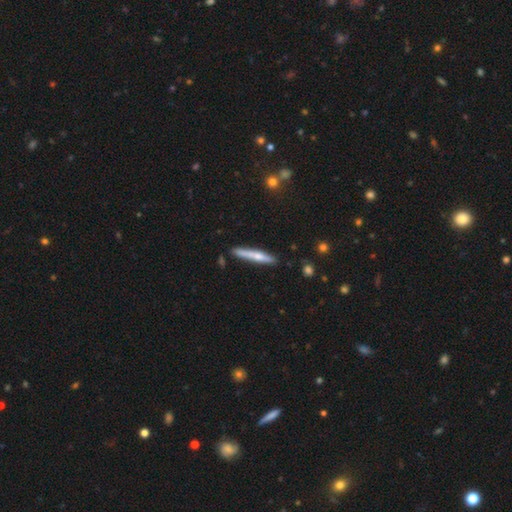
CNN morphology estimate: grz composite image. It shows a smooth galaxy with no disk features (52%) that is cigar-shaped (93%). Merging: none (81%).